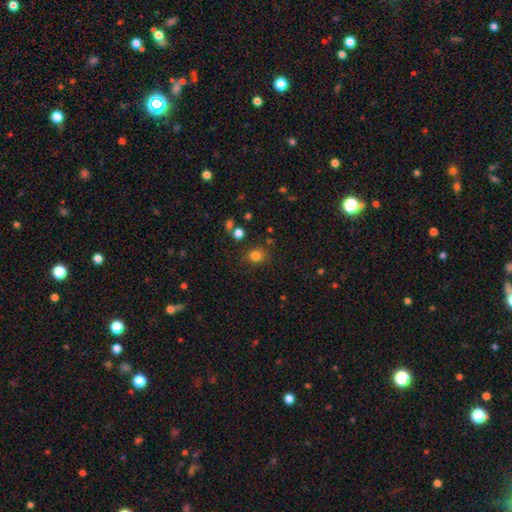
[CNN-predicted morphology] A smooth galaxy with no disk features (81%) that is round (73%).

Vote fractions:
- Smooth or featured? smooth: 81% / star or artifact: 14% / featured or disk: 6%
- How rounded? round: 73% / in between: 26% / cigar-shaped: 1%
- Merging? none: 82% / minor disturbance: 11% / merger: 4% / major disturbance: 4%